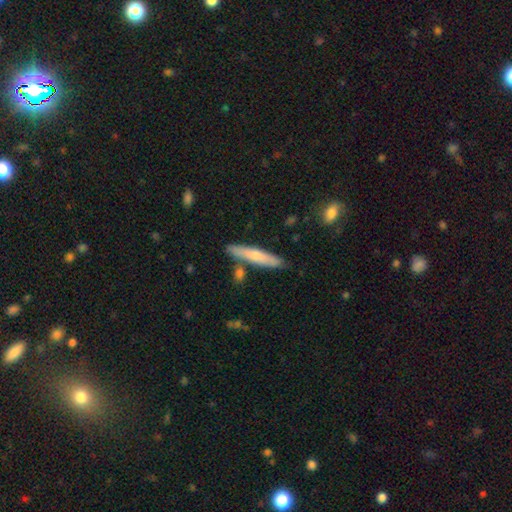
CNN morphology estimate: smooth_or_featured: smooth (p=0.63) [alt: featured or disk p=0.32]
how_rounded: cigar-shaped (p=0.91) [alt: in between p=0.08]
merging: none (p=0.81) [alt: minor disturbance p=0.11]